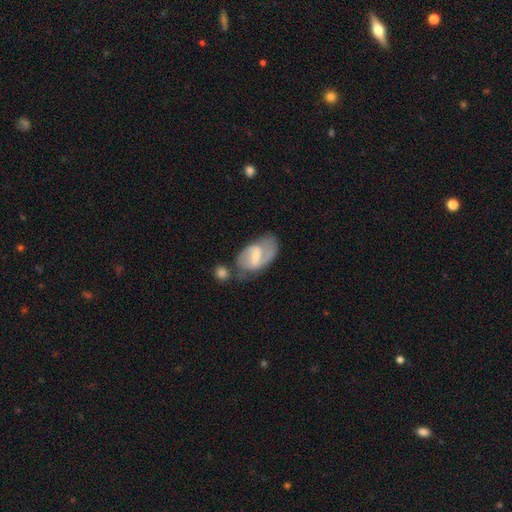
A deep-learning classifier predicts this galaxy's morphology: smooth_or_featured: featured or disk (p=0.72) [alt: smooth p=0.23]
disk_edge_on: no (p=0.96) [alt: yes p=0.04]
bar: weak (p=0.49) [alt: strong p=0.39]
has_spiral_arms: yes (p=0.84) [alt: no p=0.16]
spiral_winding: medium (p=0.48) [alt: loose p=0.33]
spiral_arm_count: 2 (p=0.82) [alt: can't tell p=0.10]
bulge_size: small (p=0.51) [alt: moderate p=0.42]
merging: none (p=0.56) [alt: minor disturbance p=0.22]